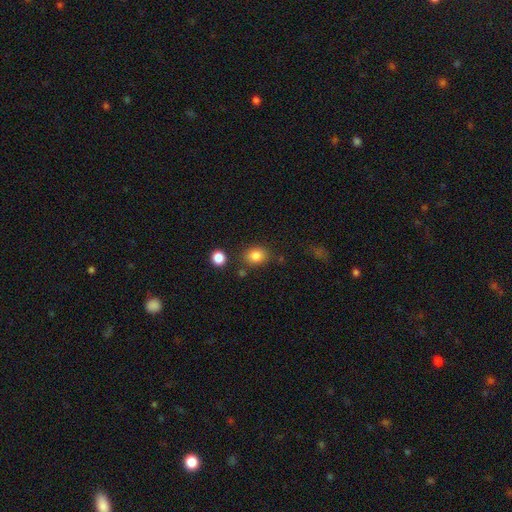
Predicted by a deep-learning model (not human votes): A smooth galaxy with no disk features (84%) that is in between round and cigar-shaped (52%). Merging: none (79%).